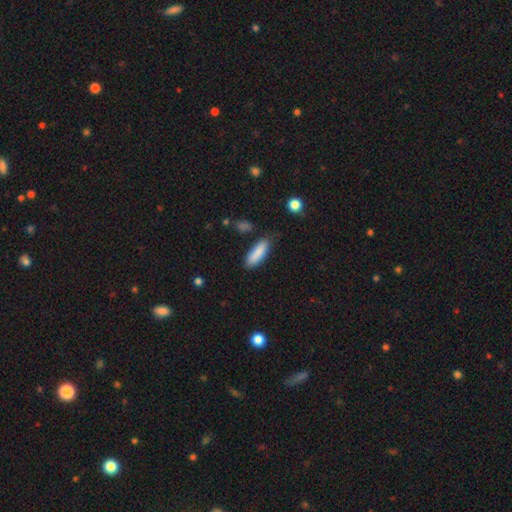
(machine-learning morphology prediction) smooth 87%, featured or disk 6%, star or artifact 6%. Down the decision tree: how rounded — in between (58%); merging — none (79%).